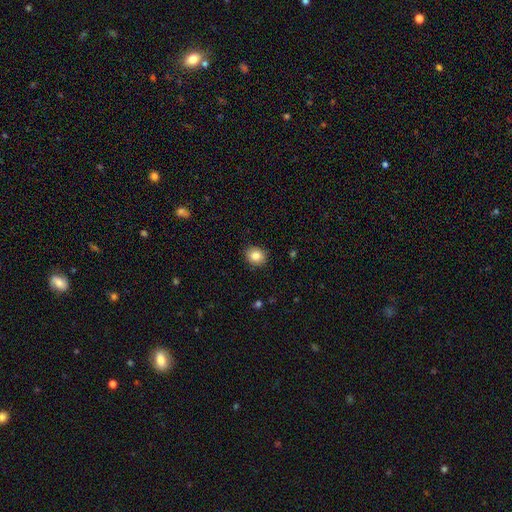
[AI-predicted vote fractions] Smooth or featured? smooth (85%)
How rounded? round (66%)
Merging? none (89%)